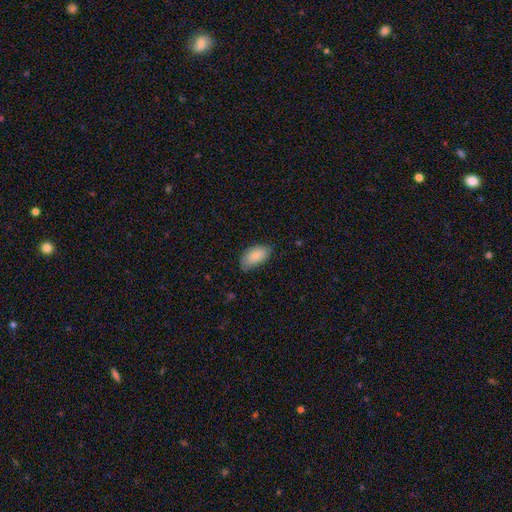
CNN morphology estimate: A smooth galaxy with no disk features (86%) that is in between round and cigar-shaped (95%).

Vote fractions:
- Smooth or featured? smooth: 86% / featured or disk: 8% / star or artifact: 6%
- How rounded? in between: 95% / round: 3% / cigar-shaped: 3%
- Merging? none: 69% / minor disturbance: 26% / major disturbance: 4% / merger: 1%